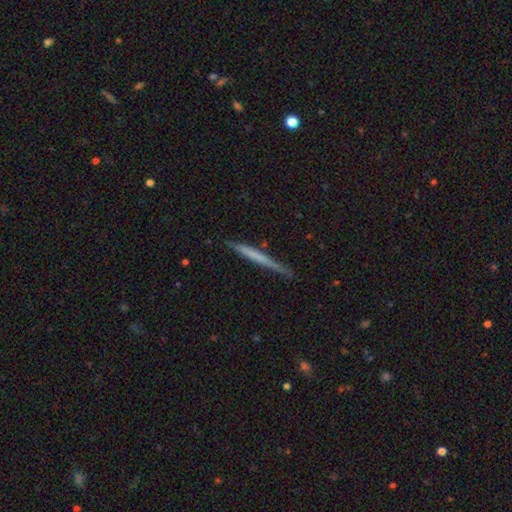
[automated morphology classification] Smooth or featured? smooth (50%)
Merging? none (87%)